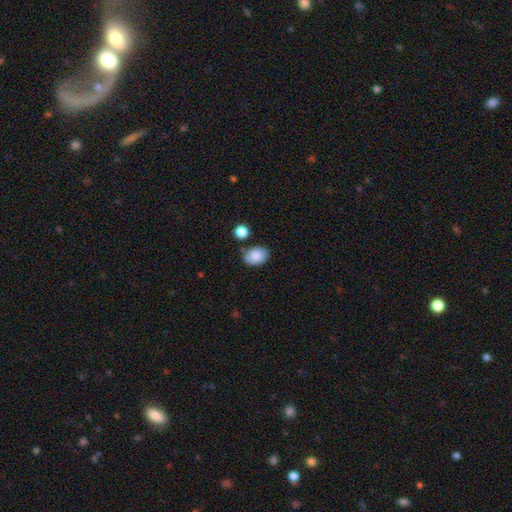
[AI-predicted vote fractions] This appears to be a smooth galaxy with no disk features (86%) that is in between round and cigar-shaped (81%). Merging: none (75%).